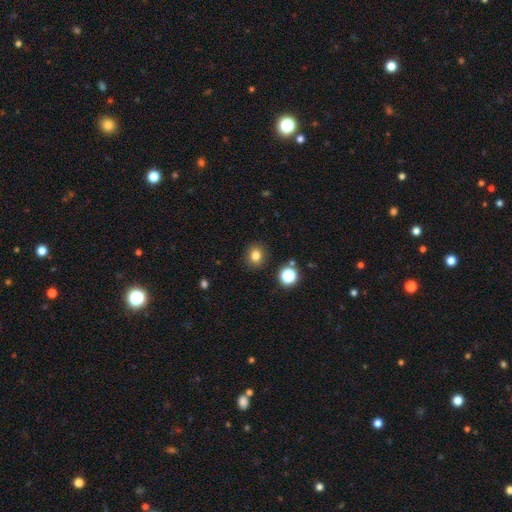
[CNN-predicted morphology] This appears to be a smooth galaxy with no disk features (80%) that is round (73%). Merging: none (89%).